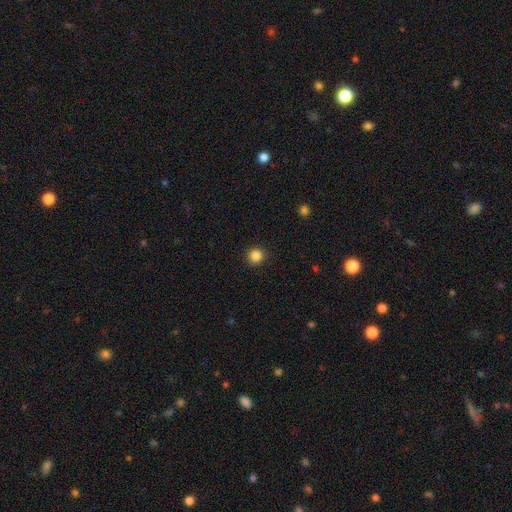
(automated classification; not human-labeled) smooth-or-featured: smooth: 86% | star or artifact: 11% | featured or disk: 3%
  how-rounded: round: 94% | in between: 5% | cigar-shaped: 1%
  merging: none: 91% | minor disturbance: 6% | major disturbance: 2% | merger: 1%